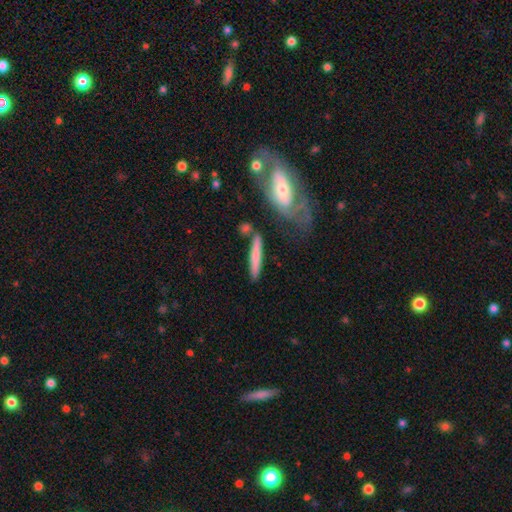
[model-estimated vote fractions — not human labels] A smooth galaxy with no disk features (66%) that is cigar-shaped (91%).

Vote fractions:
- Smooth or featured? smooth: 66% / featured or disk: 28% / star or artifact: 6%
- How rounded? cigar-shaped: 91% / in between: 7% / round: 2%
- Merging? none: 72% / minor disturbance: 14% / merger: 9% / major disturbance: 5%